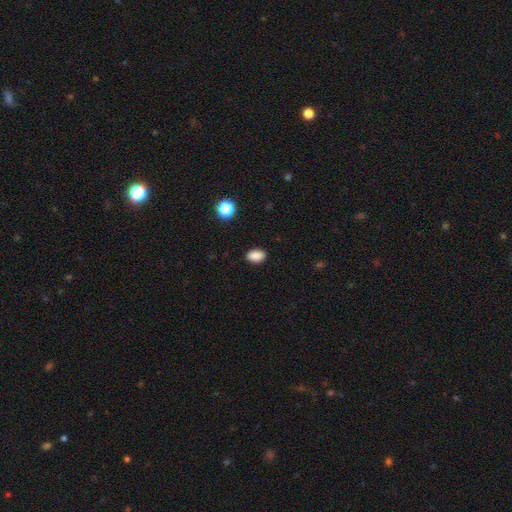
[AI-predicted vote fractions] Smooth or featured: smooth — 87% (star or artifact — 10%)
How rounded: in between — 85% (round — 13%)
Merging: none — 89% (minor disturbance — 8%)